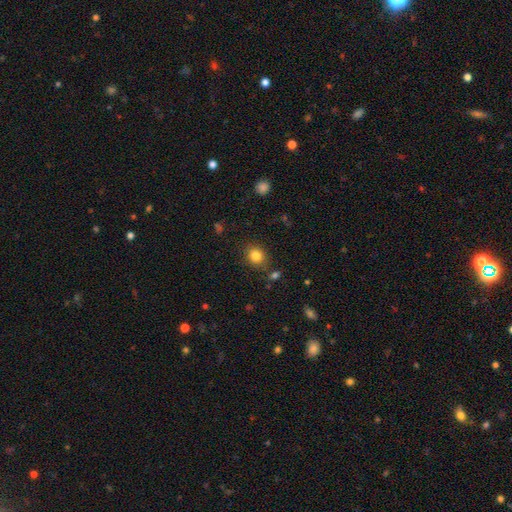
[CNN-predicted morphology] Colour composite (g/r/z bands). It shows a smooth galaxy with no disk features (83%) that is round (72%). Merging: none (83%).